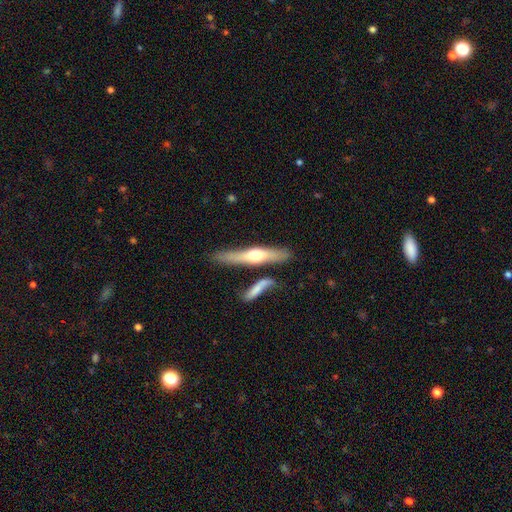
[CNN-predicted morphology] Smooth or featured: featured or disk — 58% (smooth — 37%)
Edge-on disk: yes — 92% (no — 8%)
Edge-on bulge: rounded — 91% (none — 5%)
Merging: none — 73% (minor disturbance — 14%)